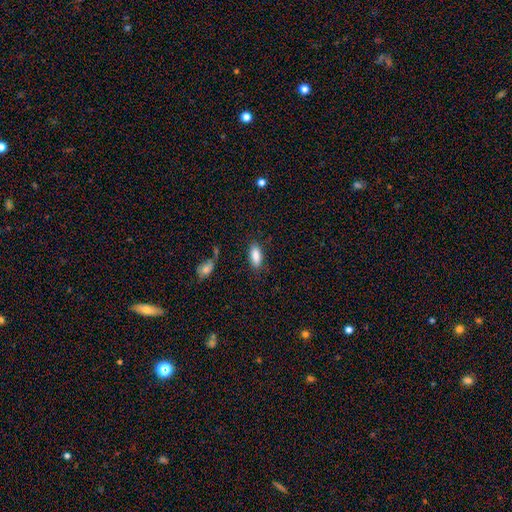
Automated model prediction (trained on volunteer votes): This appears to be a smooth galaxy with no disk features (86%) that is in between round and cigar-shaped (82%). Merging: none (81%).